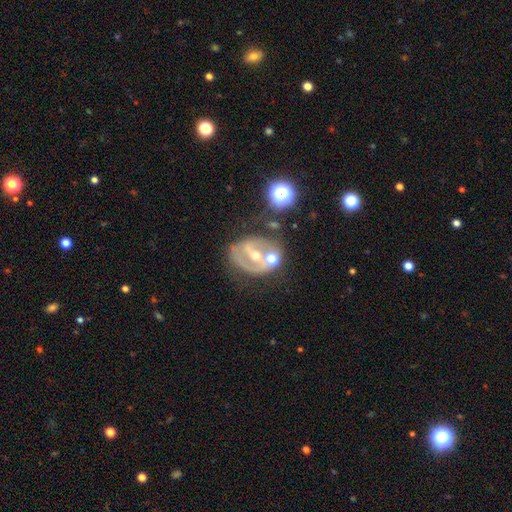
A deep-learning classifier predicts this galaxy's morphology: This is likely a featured or disk galaxy (76%). It is clearly not viewed edge-on (96%). Bar: marginally strong (41%). Spiral arm pattern: likely yes (64%). Central bulge: possibly moderate (55%). Merging: possibly none (52%).